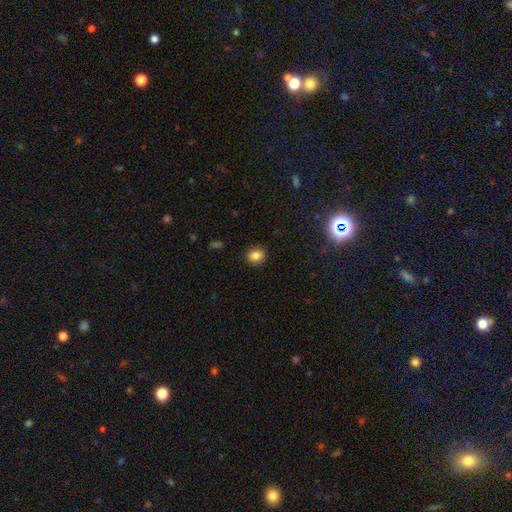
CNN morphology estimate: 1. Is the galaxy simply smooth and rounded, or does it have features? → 83% smooth, 11% star or artifact, 6% featured or disk.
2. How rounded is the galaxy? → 69% round, 30% in between, 1% cigar-shaped.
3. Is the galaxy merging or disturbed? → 90% none, 7% minor disturbance, 2% major disturbance, 1% merger.